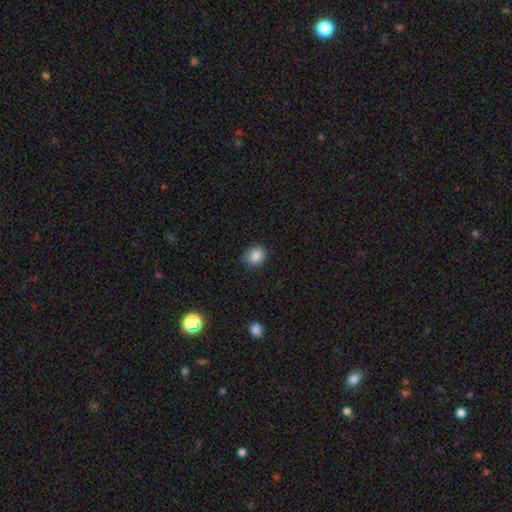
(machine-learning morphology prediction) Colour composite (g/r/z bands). It shows a smooth galaxy with no disk features (86%) that is round (50%). Merging: none (77%).